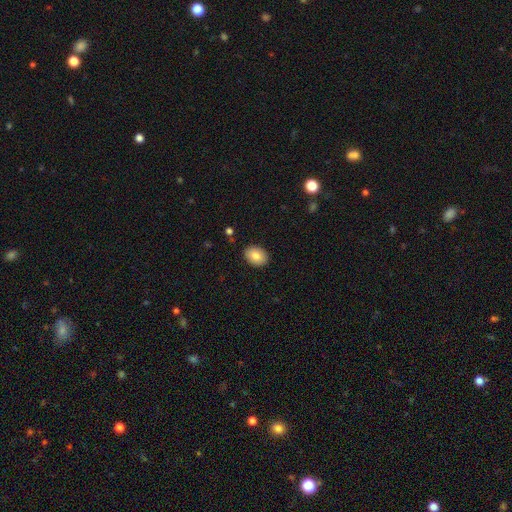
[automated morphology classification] smooth 84%, featured or disk 9%, star or artifact 7%. Down the decision tree: how rounded — in between (77%); merging — none (90%).